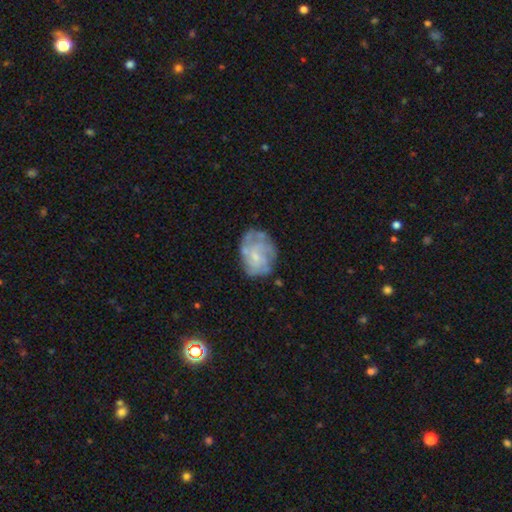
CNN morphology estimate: Smooth or featured: featured or disk — 64% (smooth — 28%)
Edge-on disk: no — 98% (yes — 2%)
Bar: no — 71% (weak — 26%)
Spiral arms: yes — 66% (no — 34%)
Bulge size: small — 57% (moderate — 21%)
Merging: none — 59% (minor disturbance — 24%)